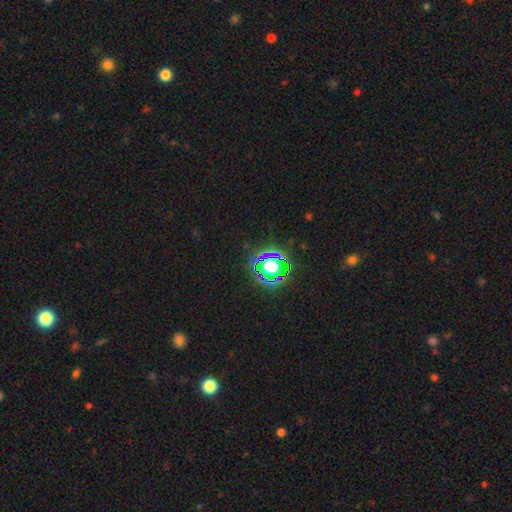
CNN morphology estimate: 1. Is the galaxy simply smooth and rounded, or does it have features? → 77% star or artifact, 15% smooth, 8% featured or disk.